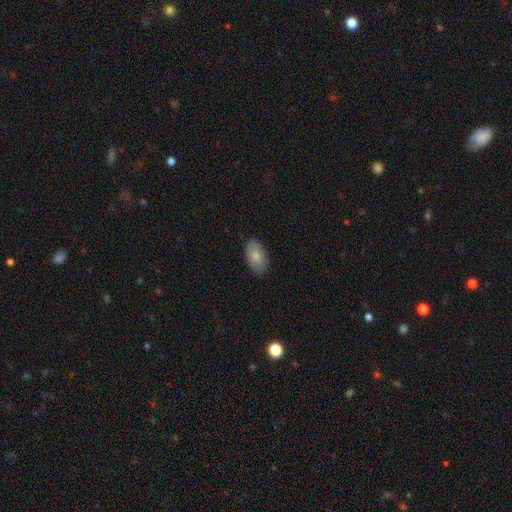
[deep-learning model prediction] smooth 80%, featured or disk 14%, star or artifact 6%. Down the decision tree: how rounded — in between (93%); merging — none (85%).